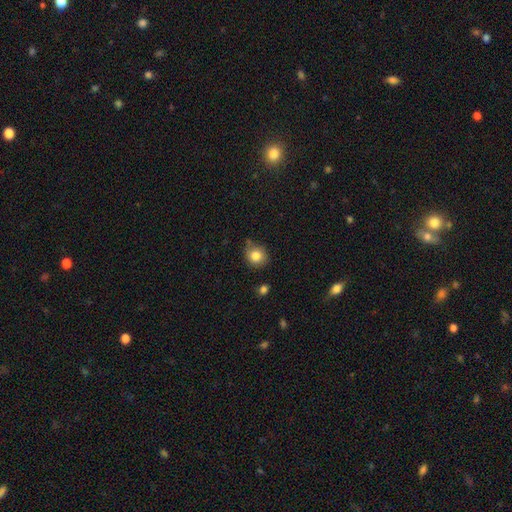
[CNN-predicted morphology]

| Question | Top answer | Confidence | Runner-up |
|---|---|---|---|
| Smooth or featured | smooth | 82% | star or artifact (10%) |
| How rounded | round | 80% | in between (19%) |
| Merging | none | 72% | minor disturbance (19%) |